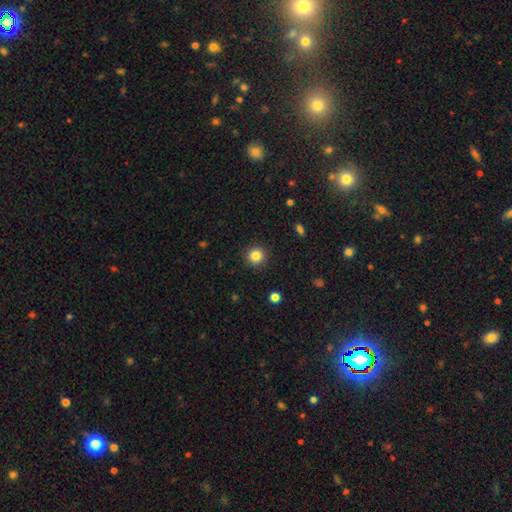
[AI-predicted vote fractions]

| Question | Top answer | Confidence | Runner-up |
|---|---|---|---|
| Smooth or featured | smooth | 83% | star or artifact (12%) |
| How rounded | round | 95% | in between (5%) |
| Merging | none | 92% | minor disturbance (5%) |